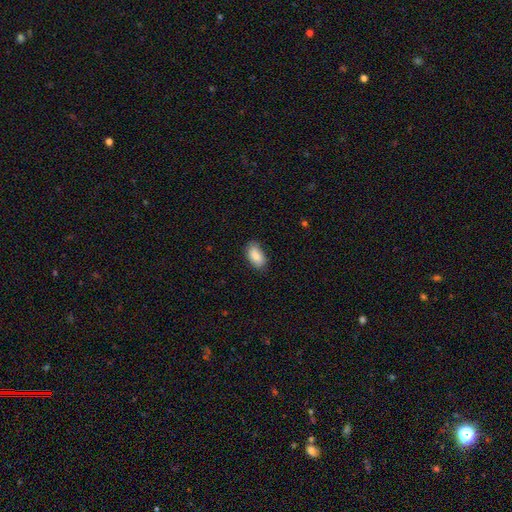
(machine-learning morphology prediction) Smooth or featured?
  - smooth: 89% *
  - star or artifact: 7%
  - featured or disk: 5%
How rounded?
  - in between: 93% *
  - round: 4%
  - cigar-shaped: 3%
Merging?
  - none: 79% *
  - minor disturbance: 17%
  - major disturbance: 3%
  - merger: 1%